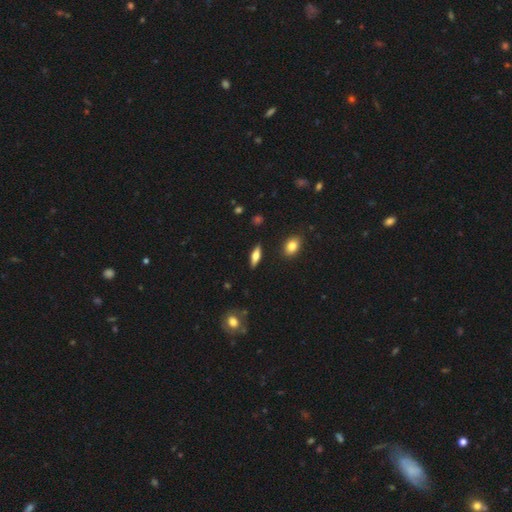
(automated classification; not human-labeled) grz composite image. It shows a smooth galaxy with no disk features (56%) that is in between round and cigar-shaped (53%). Merging: none (87%).